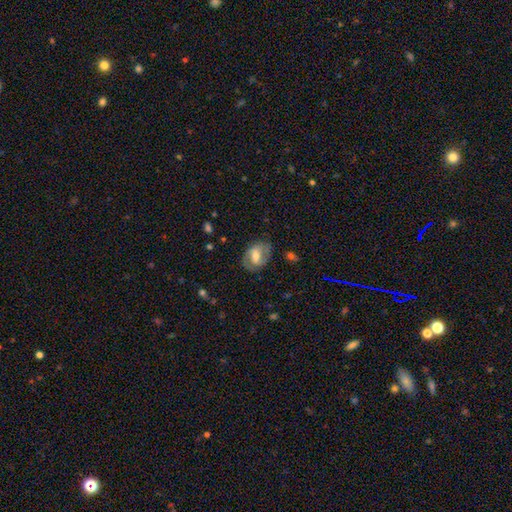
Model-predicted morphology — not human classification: Overall: featured or disk (55%; smooth 38%). Edge-on disk: no (95%). Bar: weak (47%; no 28%). Spiral arms: yes (70%). Bulge size: moderate (61%; small 24%). Merging: none (71%).